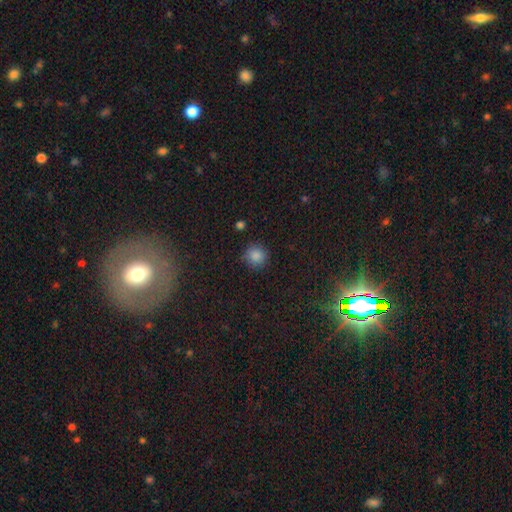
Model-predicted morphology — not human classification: This appears to be a smooth galaxy with no disk features (84%) that is round (91%). Merging: none (85%).